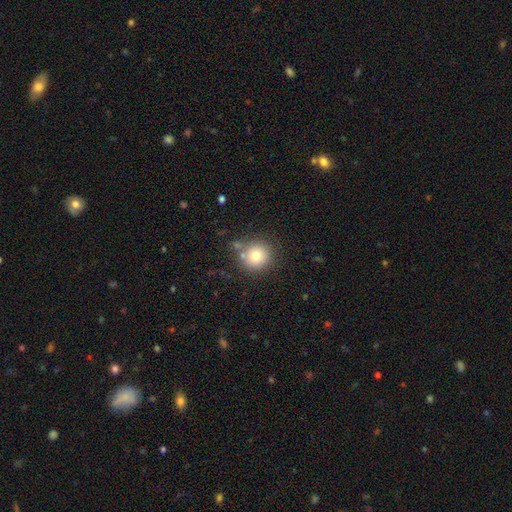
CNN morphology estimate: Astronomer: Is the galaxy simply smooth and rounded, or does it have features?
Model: smooth — 76%.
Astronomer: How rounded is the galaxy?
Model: round — 92%.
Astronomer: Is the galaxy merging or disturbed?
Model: none — 76%.